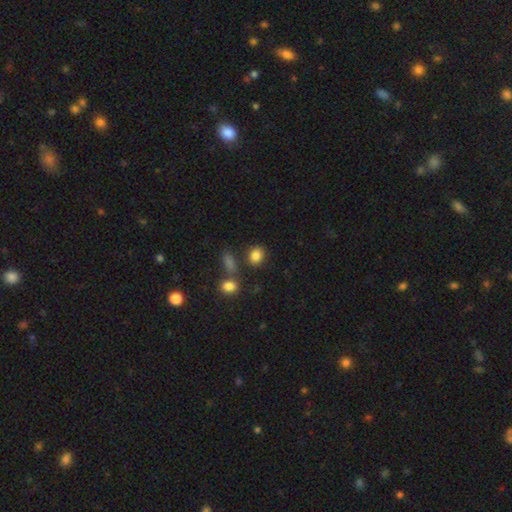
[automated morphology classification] smooth 84%, star or artifact 10%, featured or disk 6%. Down the decision tree: how rounded — round (52%); merging — none (73%).